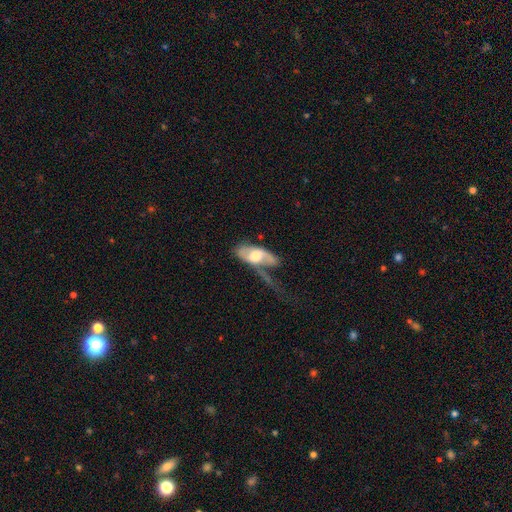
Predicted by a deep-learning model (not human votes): Smooth or featured?
  - featured or disk: 53% *
  - smooth: 41%
  - star or artifact: 6%
Edge-on disk?
  - no: 84% *
  - yes: 16%
Merging?
  - major disturbance: 45% *
  - none: 24%
  - minor disturbance: 20%
  - merger: 11%